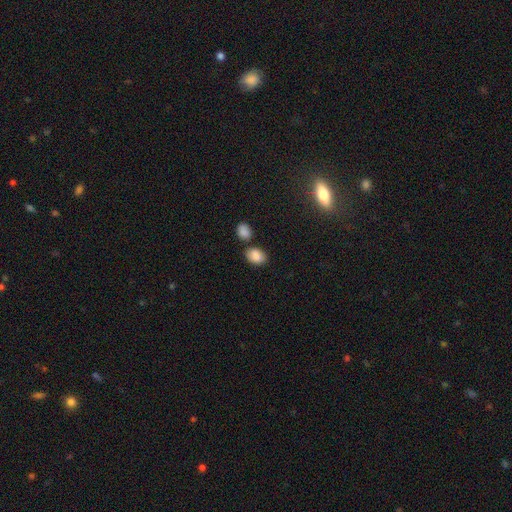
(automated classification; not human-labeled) Smooth or featured: smooth — 85% (star or artifact — 9%)
How rounded: in between — 79% (round — 20%)
Merging: none — 67% (merger — 16%)